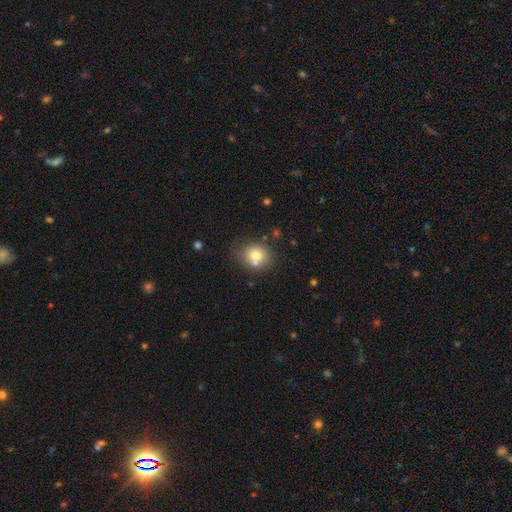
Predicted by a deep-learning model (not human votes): smooth 74%, featured or disk 15%, star or artifact 11%. Down the decision tree: how rounded — round (70%); merging — none (59%).